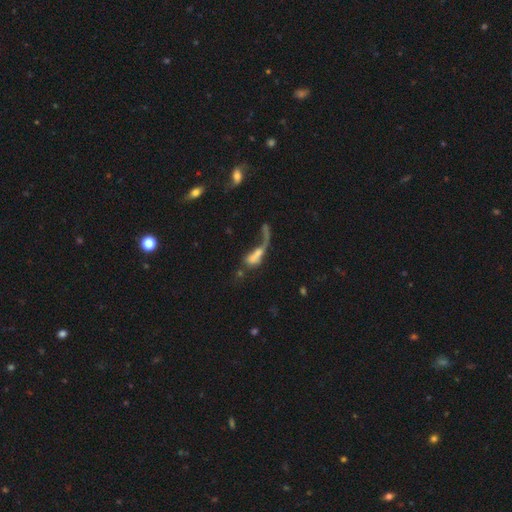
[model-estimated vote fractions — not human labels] Smooth or featured?
  - smooth: 46% *
  - featured or disk: 41%
  - star or artifact: 13%
Merging?
  - major disturbance: 41% *
  - merger: 36%
  - none: 15%
  - minor disturbance: 9%